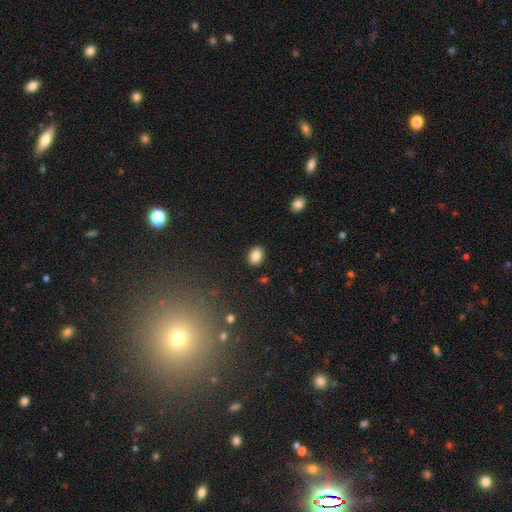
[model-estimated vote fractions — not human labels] A smooth galaxy with no disk features (86%) that is in between round and cigar-shaped (68%).

Vote fractions:
- Smooth or featured? smooth: 86% / star or artifact: 9% / featured or disk: 5%
- How rounded? in between: 68% / round: 31% / cigar-shaped: 1%
- Merging? none: 88% / minor disturbance: 8% / major disturbance: 2% / merger: 1%